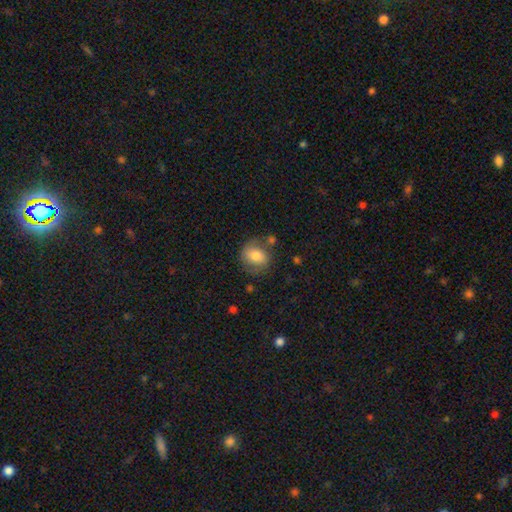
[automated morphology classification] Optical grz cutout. It shows a smooth galaxy with no disk features (70%) that is round (63%). Merging: none (66%).